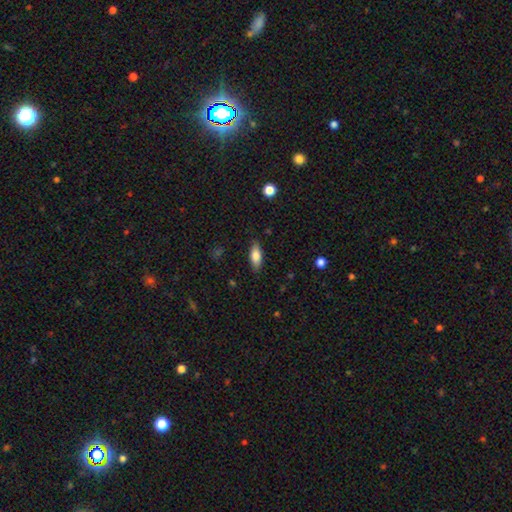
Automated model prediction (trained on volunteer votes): smooth 80%, featured or disk 13%, star or artifact 7%. Down the decision tree: how rounded — in between (76%); merging — none (85%).